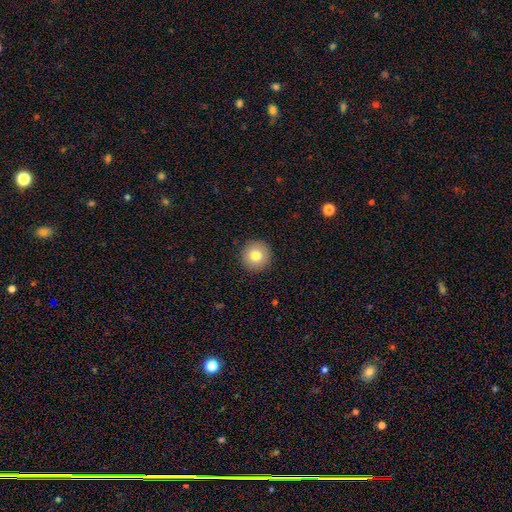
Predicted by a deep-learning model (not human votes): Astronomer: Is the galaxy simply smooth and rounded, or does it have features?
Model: smooth — 80%.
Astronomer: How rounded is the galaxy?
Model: round — 95%.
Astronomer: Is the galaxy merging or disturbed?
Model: none — 93%.